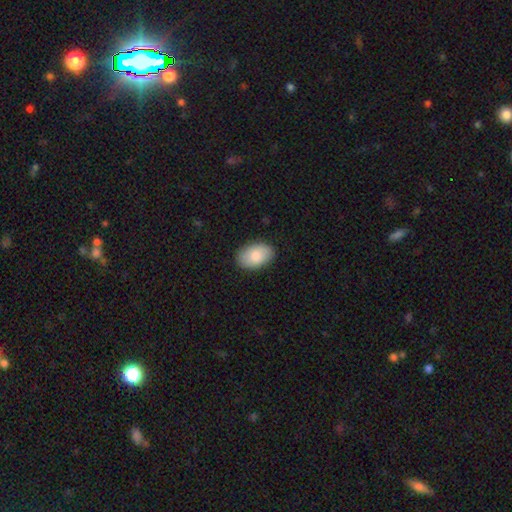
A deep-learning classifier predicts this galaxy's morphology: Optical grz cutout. It shows a smooth galaxy with no disk features (84%) that is in between round and cigar-shaped (91%). Merging: none (88%).